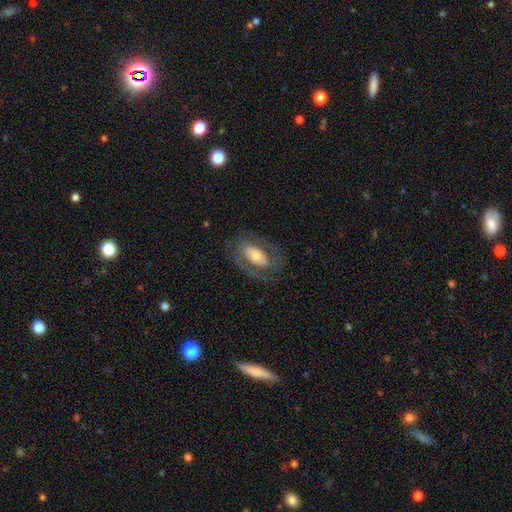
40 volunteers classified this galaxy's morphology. Smooth or featured?
  - featured or disk: 70% *
  - smooth: 25%
  - star or artifact: 5%
Edge-on disk?
  - no: 89% *
  - yes: 11%
Bar?
  - no: 40% *
  - weak: 36%
  - strong: 24%
Spiral arms?
  - yes: 92% *
  - no: 8%
Spiral winding?
  - medium: 48% *
  - tight: 39%
  - loose: 13%
Spiral arm count?
  - 2: 87% *
  - can't tell: 13%
  - 1: 0%
  - 3: 0%
  - 4: 0%
  - more than 4: 0%
Bulge size?
  - small: 48% *
  - moderate: 32%
  - large: 20%
  - dominant: 0%
  - none: 0%
Merging?
  - none: 79% *
  - major disturbance: 13%
  - minor disturbance: 8%
  - merger: 0%